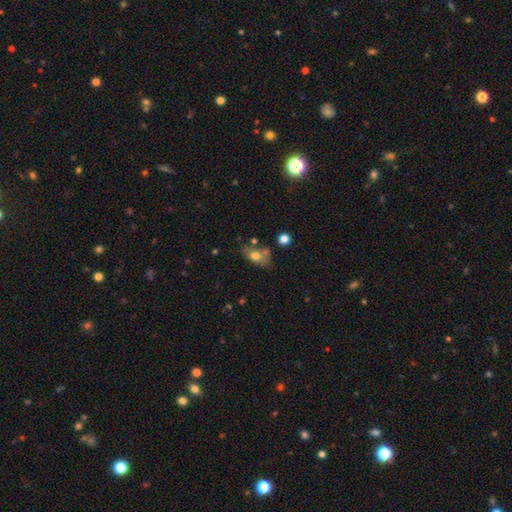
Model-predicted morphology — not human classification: type=smooth (69%); roundness=in between (83%); merging=none (55%).